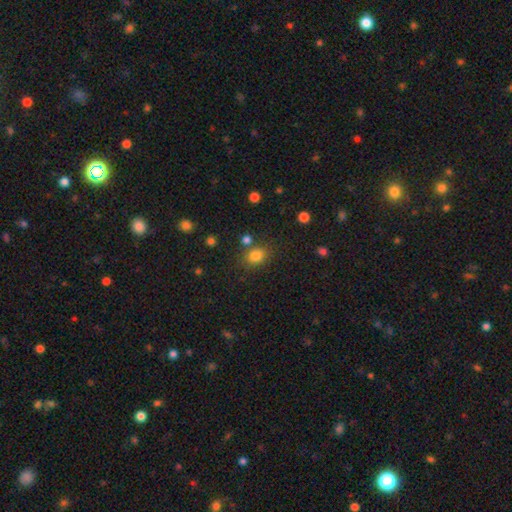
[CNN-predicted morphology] A smooth galaxy with no disk features (80%) that is round (59%). Merging: none (74%).